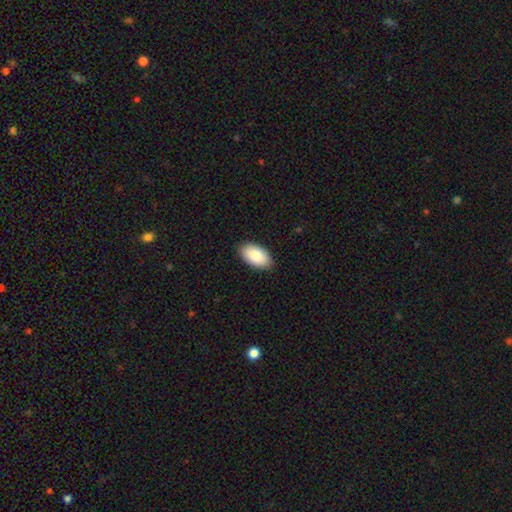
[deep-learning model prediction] smooth 86%, featured or disk 8%, star or artifact 6%. Down the decision tree: how rounded — in between (96%); merging — none (89%).